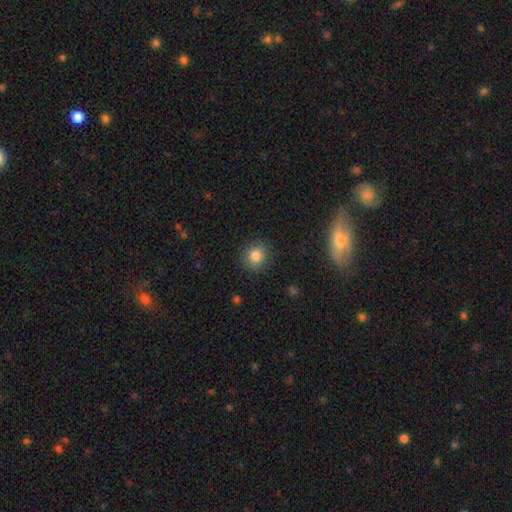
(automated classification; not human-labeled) Q: Smooth or featured?
A: smooth (82%); runner-up: star or artifact (11%)
Q: How rounded?
A: round (88%); runner-up: in between (11%)
Q: Merging?
A: none (89%); runner-up: minor disturbance (8%)